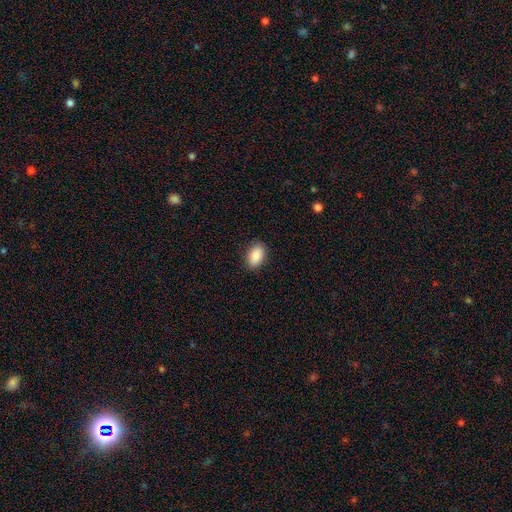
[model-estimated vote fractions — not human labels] Morphology: type=smooth (89%); roundness=in between (91%); merging=none (87%).